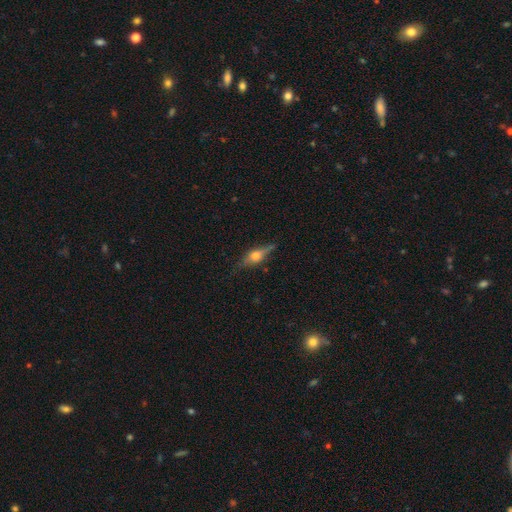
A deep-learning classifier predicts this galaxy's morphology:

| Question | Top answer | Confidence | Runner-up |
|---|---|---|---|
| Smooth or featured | featured or disk | 64% | smooth (28%) |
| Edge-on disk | yes | 94% | no (6%) |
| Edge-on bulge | rounded | 93% | boxy (5%) |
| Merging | none | 77% | minor disturbance (17%) |